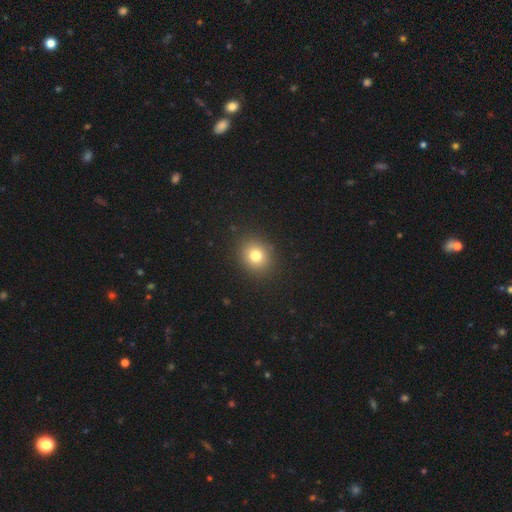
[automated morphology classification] type=smooth (79%); roundness=round (75%); merging=none (89%).